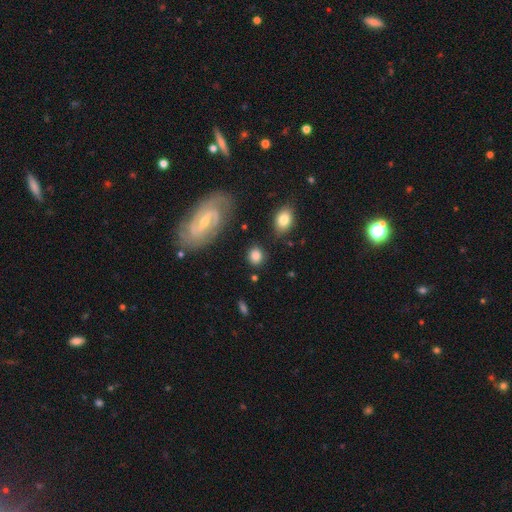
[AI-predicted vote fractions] smooth_or_featured: smooth (p=0.74) [alt: featured or disk p=0.18]
how_rounded: round (p=0.71) [alt: in between p=0.27]
merging: none (p=0.79) [alt: minor disturbance p=0.12]